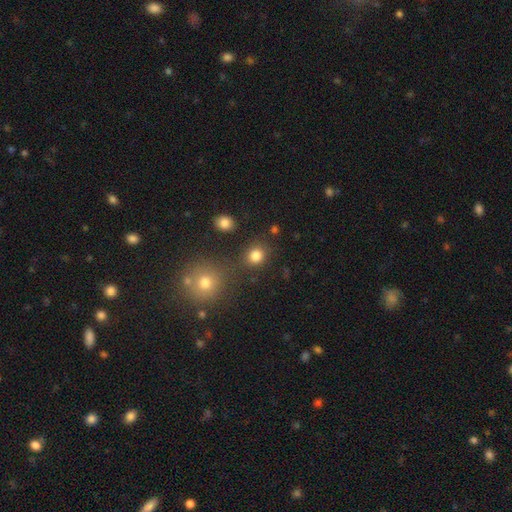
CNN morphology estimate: Smooth or featured? Predicted: smooth (p=0.82). How rounded? Predicted: round (p=0.79). Merging? Predicted: none (p=0.79).